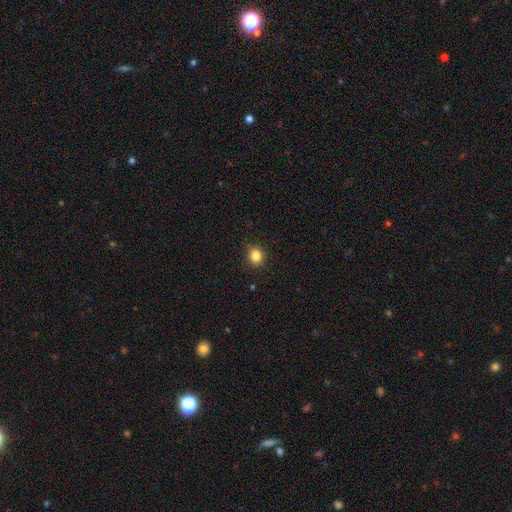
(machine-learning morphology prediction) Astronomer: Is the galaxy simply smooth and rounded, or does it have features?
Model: smooth — 85%.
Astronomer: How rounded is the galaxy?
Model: round — 73%.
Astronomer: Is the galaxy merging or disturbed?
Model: none — 89%.